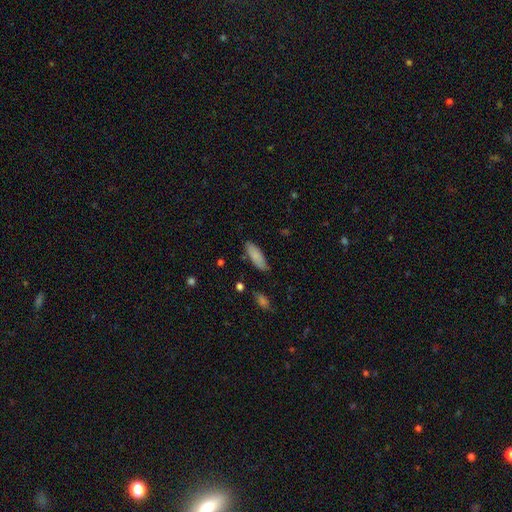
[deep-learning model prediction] smooth-or-featured: smooth: 84% | featured or disk: 10% | star or artifact: 6%
  how-rounded: in between: 66% | cigar-shaped: 32% | round: 2%
  merging: none: 79% | minor disturbance: 16% | major disturbance: 3% | merger: 2%